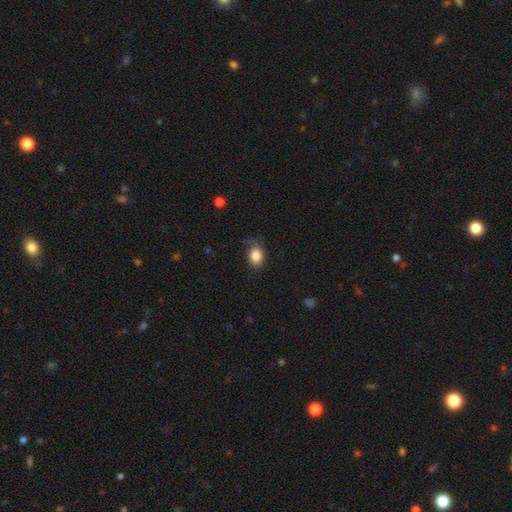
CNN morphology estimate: A smooth galaxy with no disk features (84%) that is in between round and cigar-shaped (66%). Merging: none (59%).